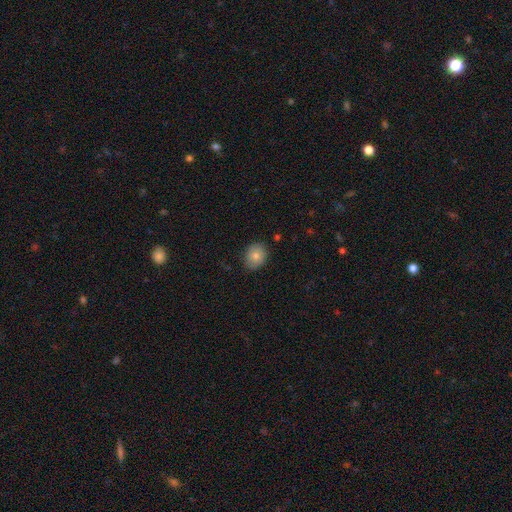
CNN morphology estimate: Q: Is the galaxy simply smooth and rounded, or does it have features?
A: smooth — 79%.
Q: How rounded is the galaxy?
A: in between — 50%.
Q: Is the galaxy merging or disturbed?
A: none — 83%.